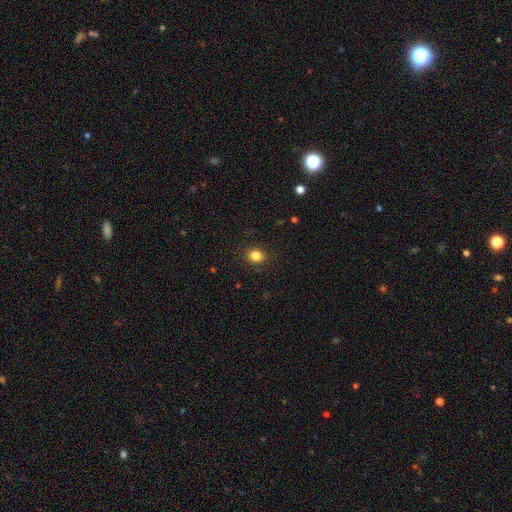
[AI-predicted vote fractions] This is clearly a smooth galaxy (84%). How rounded: likely round (68%). Merging: clearly none (89%).